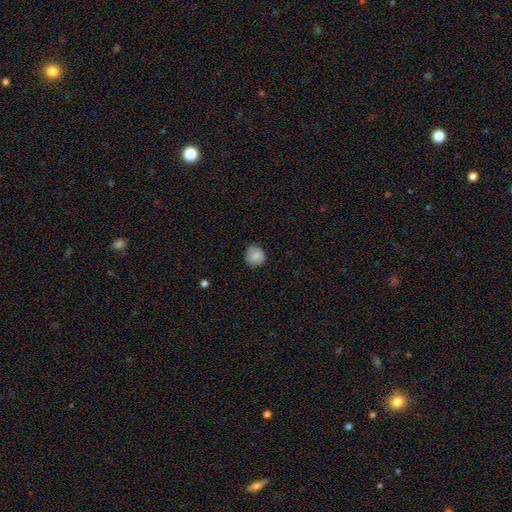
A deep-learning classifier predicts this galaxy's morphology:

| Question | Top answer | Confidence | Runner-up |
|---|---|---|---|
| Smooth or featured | smooth | 85% | star or artifact (8%) |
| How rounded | round | 91% | in between (8%) |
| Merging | none | 82% | minor disturbance (14%) |